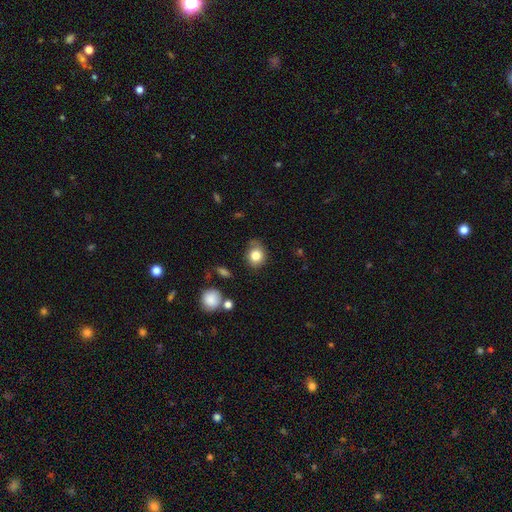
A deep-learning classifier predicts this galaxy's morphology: Smooth or featured? smooth (82%)
How rounded? round (65%)
Merging? none (64%)